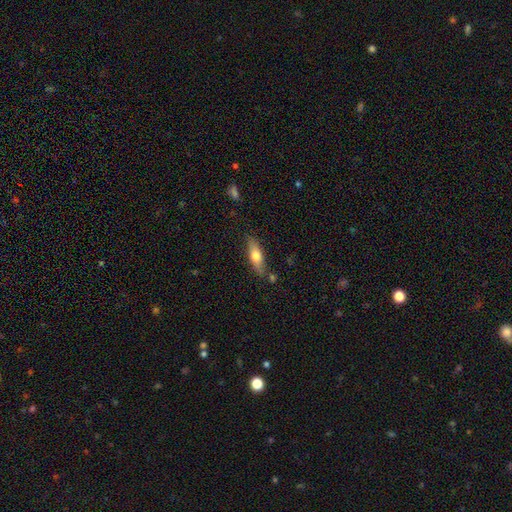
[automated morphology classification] A smooth galaxy with no disk features (60%) that is cigar-shaped (52%). Merging: none (77%).